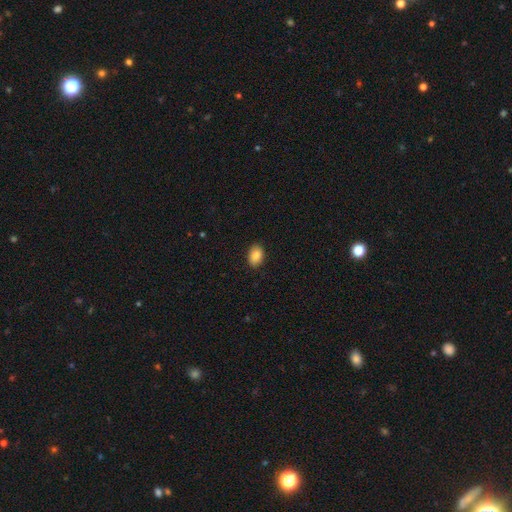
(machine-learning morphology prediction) Smooth or featured: smooth — 88% (star or artifact — 8%)
How rounded: in between — 84% (round — 15%)
Merging: none — 89% (minor disturbance — 8%)